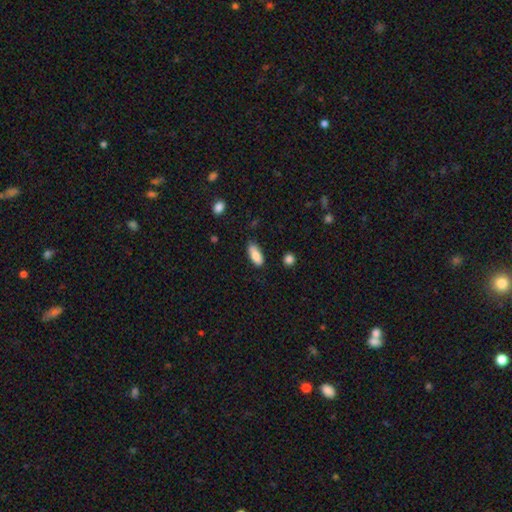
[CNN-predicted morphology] type=smooth (83%); roundness=in between (82%); merging=none (71%).